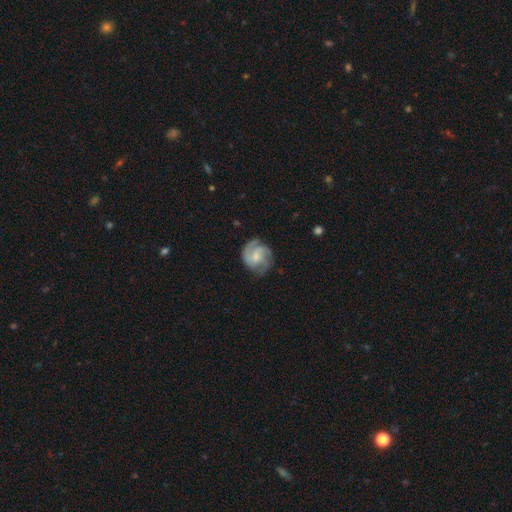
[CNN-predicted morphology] This appears to be a featured or disk galaxy (80%) with no bar (51%), 3 (45%) medium (46%) spiral arms (97%) and a small central bulge (53%). Merging: none (76%).